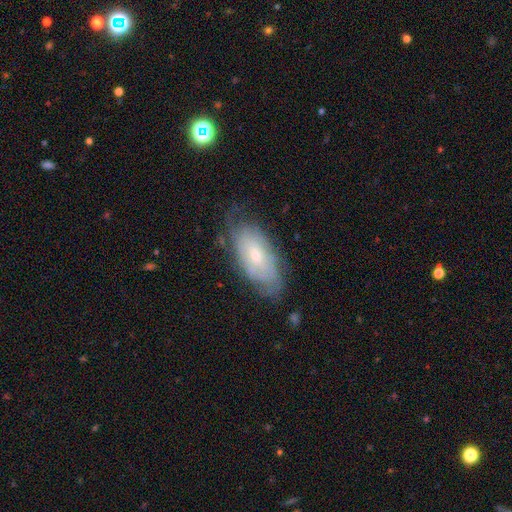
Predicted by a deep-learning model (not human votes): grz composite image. It shows a featured or disk galaxy (60%) with no bar (74%), spiral arms (77%) and a small central bulge (65%). Merging: none (65%).